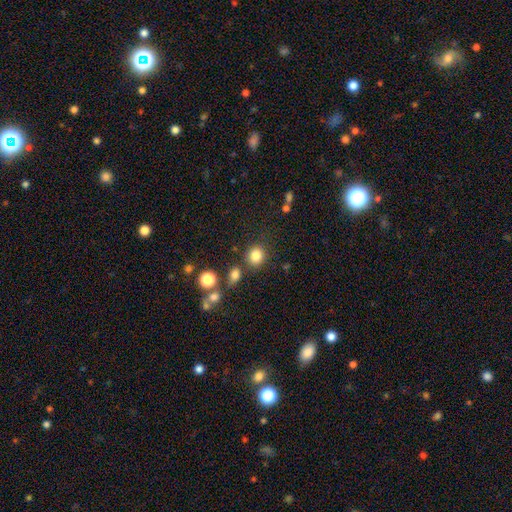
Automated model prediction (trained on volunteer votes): Smooth or featured: smooth — 83% (star or artifact — 12%)
How rounded: round — 82% (in between — 17%)
Merging: none — 80% (minor disturbance — 9%)